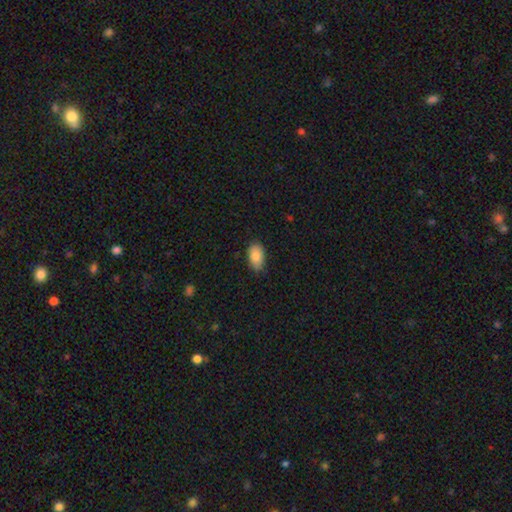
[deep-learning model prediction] A smooth galaxy with no disk features (86%) that is in between round and cigar-shaped (92%). Merging: none (80%).